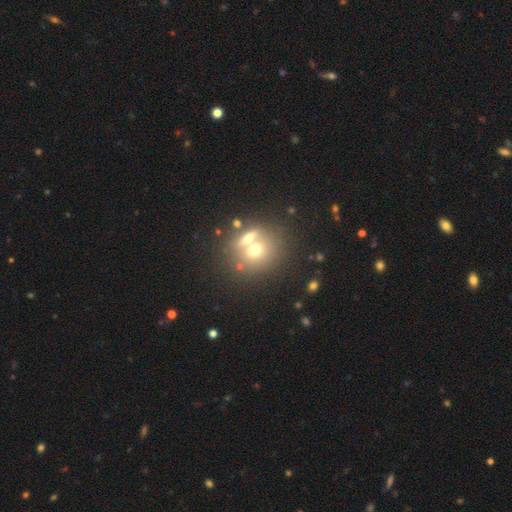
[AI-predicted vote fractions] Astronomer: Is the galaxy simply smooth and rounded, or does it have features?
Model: smooth — 48% (runner-up: star or artifact, 31%).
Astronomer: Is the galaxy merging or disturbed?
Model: none — 55% (runner-up: merger, 31%).